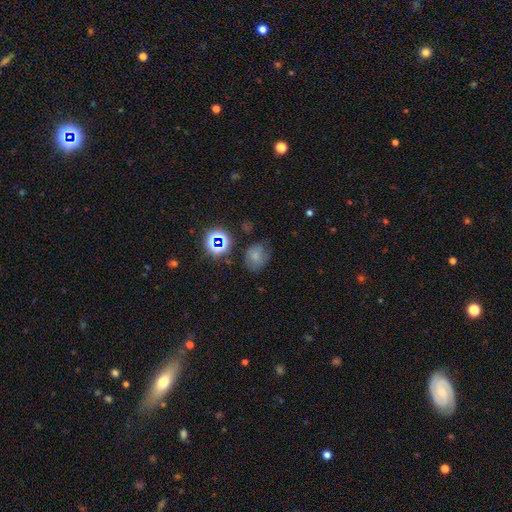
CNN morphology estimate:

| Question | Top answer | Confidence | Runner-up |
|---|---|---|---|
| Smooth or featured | smooth | 60% | star or artifact (22%) |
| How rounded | round | 57% | in between (42%) |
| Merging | none | 59% | minor disturbance (27%) |